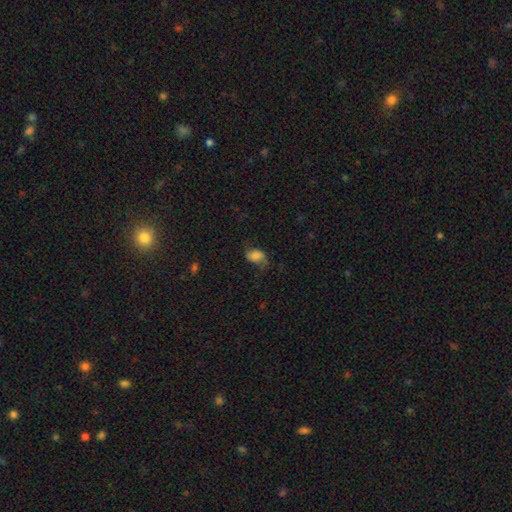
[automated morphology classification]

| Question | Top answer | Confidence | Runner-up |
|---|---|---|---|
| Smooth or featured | smooth | 64% | featured or disk (26%) |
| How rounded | in between | 81% | round (17%) |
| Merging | none | 57% | minor disturbance (27%) |